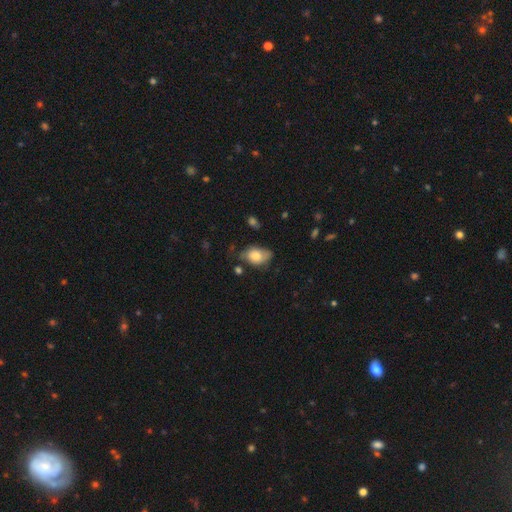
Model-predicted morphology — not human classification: Smooth or featured? smooth (72%)
How rounded? in between (86%)
Merging? none (49%)